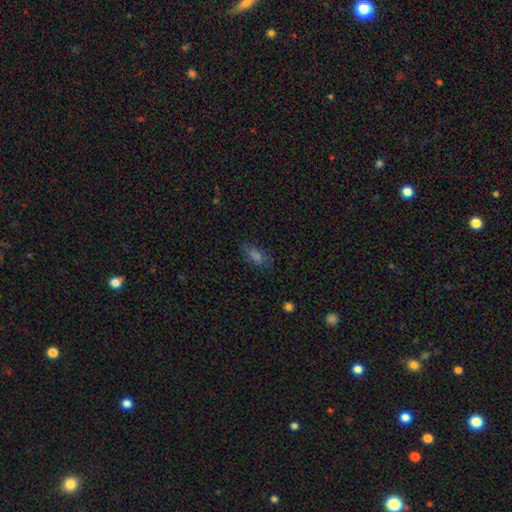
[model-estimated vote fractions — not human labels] smooth-or-featured: smooth: 63% | star or artifact: 23% | featured or disk: 15%
  how-rounded: in between: 72% | cigar-shaped: 21% | round: 7%
  merging: none: 75% | minor disturbance: 17% | major disturbance: 6% | merger: 2%